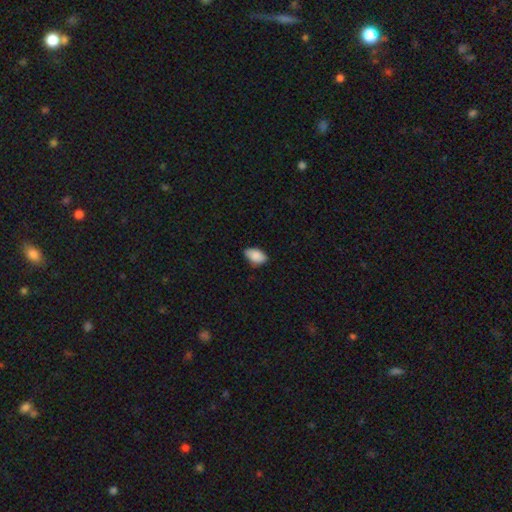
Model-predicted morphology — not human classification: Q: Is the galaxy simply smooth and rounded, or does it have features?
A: smooth — 88%.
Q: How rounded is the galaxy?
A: in between — 93%.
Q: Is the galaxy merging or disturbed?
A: none — 77%.